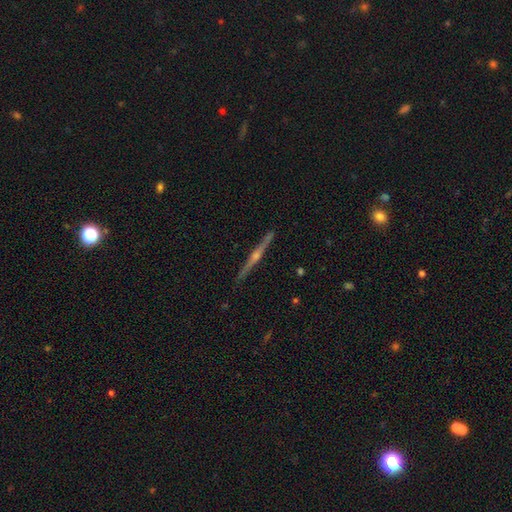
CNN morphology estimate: type=featured or disk (85%); edge-on=yes (99%); edge-on bulge=rounded (90%); merging=none (92%).